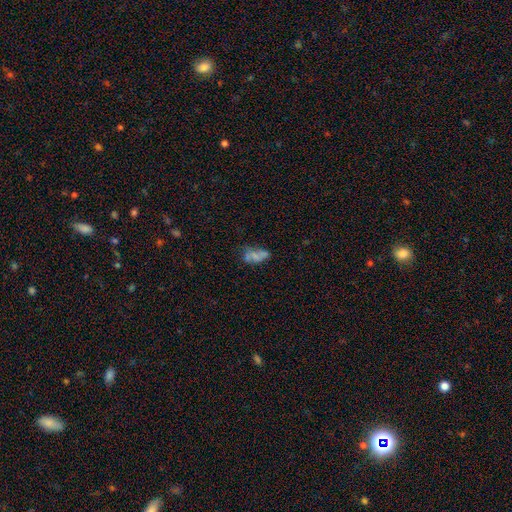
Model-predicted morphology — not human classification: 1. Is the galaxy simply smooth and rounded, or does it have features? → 55% smooth, 31% featured or disk, 14% star or artifact.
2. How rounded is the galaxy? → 89% in between, 6% round, 5% cigar-shaped.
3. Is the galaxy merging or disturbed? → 39% none, 27% minor disturbance, 19% major disturbance, 14% merger.